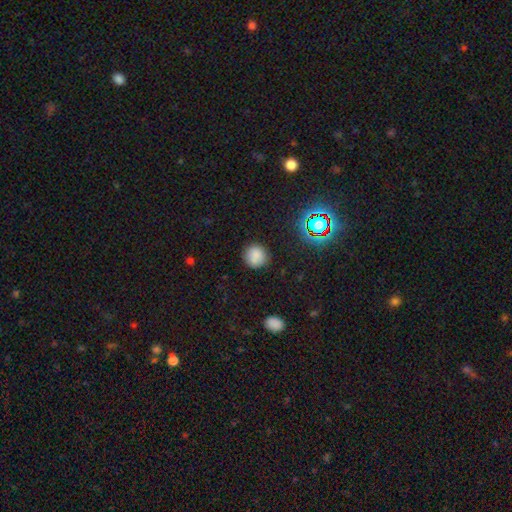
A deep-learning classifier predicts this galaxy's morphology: A smooth galaxy with no disk features (80%) that is round (92%). Merging: none (85%).